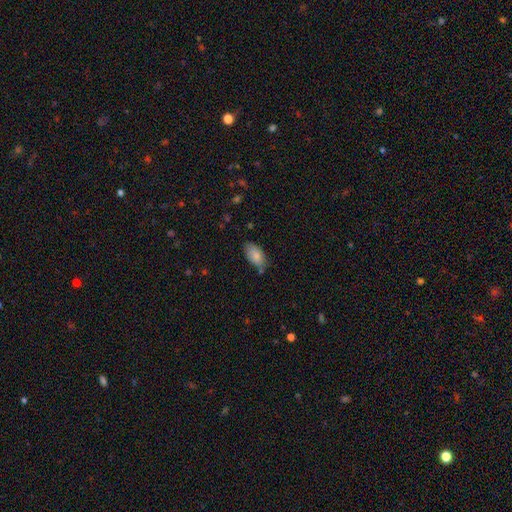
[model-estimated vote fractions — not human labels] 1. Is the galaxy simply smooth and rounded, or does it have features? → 83% smooth, 10% featured or disk, 7% star or artifact.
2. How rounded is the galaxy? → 94% in between, 3% cigar-shaped, 3% round.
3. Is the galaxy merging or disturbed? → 67% none, 23% minor disturbance, 5% merger, 4% major disturbance.